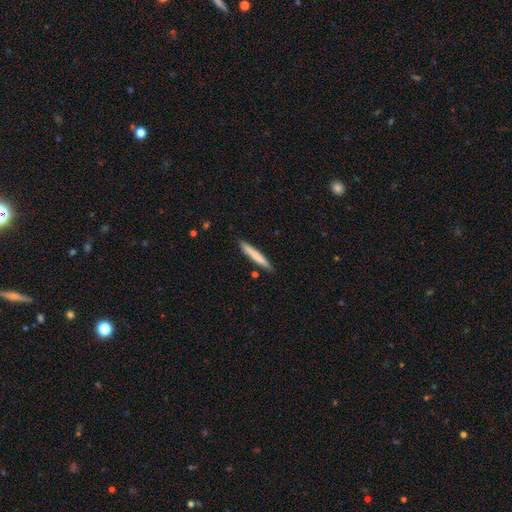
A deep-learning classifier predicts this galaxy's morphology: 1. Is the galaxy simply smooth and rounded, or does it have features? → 74% smooth, 21% featured or disk, 5% star or artifact.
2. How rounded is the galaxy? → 96% cigar-shaped, 3% in between, 1% round.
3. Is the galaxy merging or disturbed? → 89% none, 8% minor disturbance, 2% merger, 1% major disturbance.